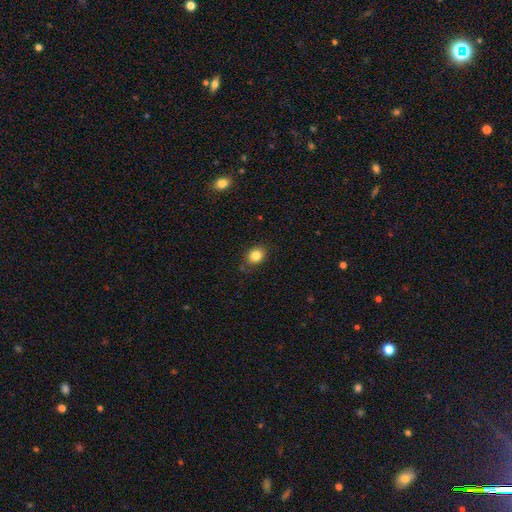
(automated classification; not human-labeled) Smooth or featured: smooth — 84% (star or artifact — 10%)
How rounded: round — 54% (in between — 45%)
Merging: none — 83% (minor disturbance — 13%)